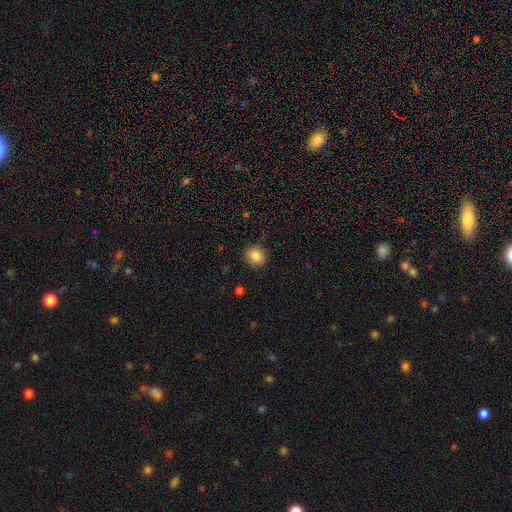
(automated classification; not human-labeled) Morphology: type=smooth (85%); roundness=round (77%); merging=none (89%).